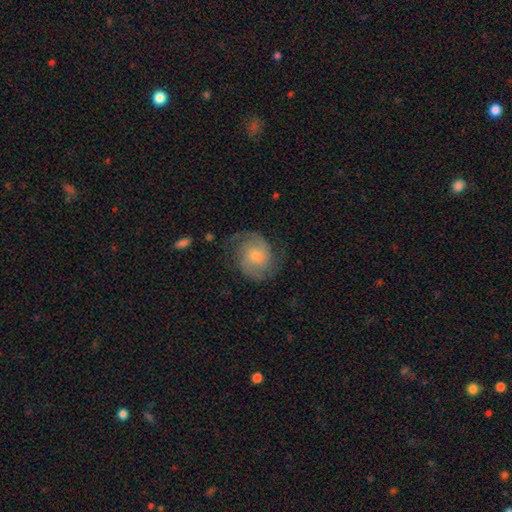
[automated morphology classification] Smooth or featured?
  - featured or disk: 76% *
  - smooth: 16%
  - star or artifact: 7%
Edge-on disk?
  - no: 98% *
  - yes: 2%
Bar?
  - no: 62% *
  - weak: 32%
  - strong: 5%
Spiral arms?
  - yes: 95% *
  - no: 5%
Spiral winding?
  - medium: 47% *
  - tight: 38%
  - loose: 16%
Spiral arm count?
  - 2: 85% *
  - can't tell: 7%
  - 3: 3%
  - 1: 2%
  - 4: 1%
  - more than 4: 1%
Bulge size?
  - moderate: 49% *
  - small: 37%
  - large: 6%
  - none: 6%
  - dominant: 1%
Merging?
  - none: 74% *
  - minor disturbance: 17%
  - major disturbance: 8%
  - merger: 1%